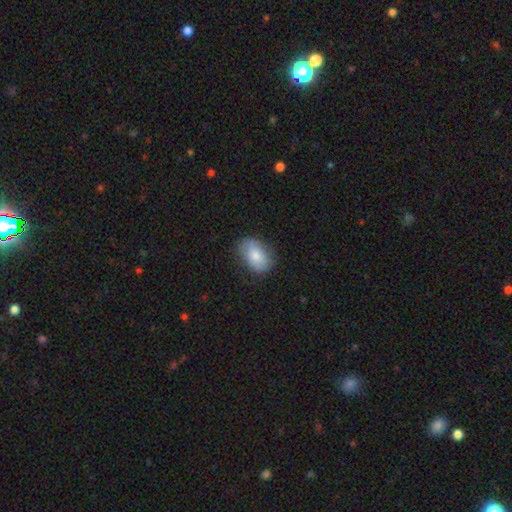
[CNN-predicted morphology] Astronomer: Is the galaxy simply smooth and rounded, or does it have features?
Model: smooth — 76%.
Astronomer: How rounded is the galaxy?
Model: in between — 85%.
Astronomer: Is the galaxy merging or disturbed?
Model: none — 72%.